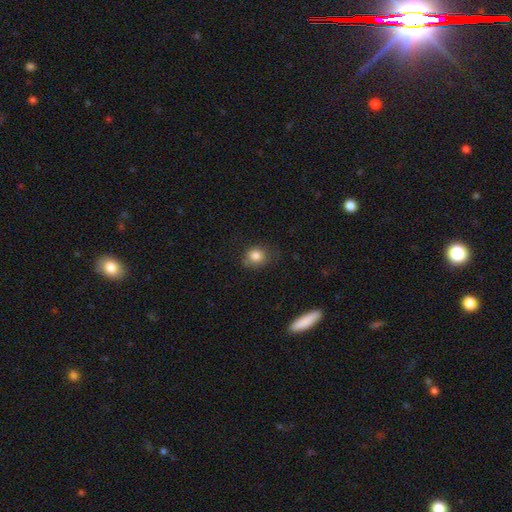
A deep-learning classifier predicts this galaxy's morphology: A smooth galaxy with no disk features (83%) that is round (74%). Merging: none (73%).